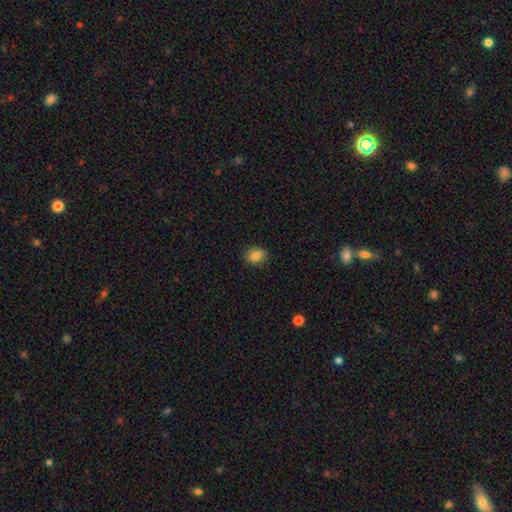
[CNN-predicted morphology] type=smooth (84%); roundness=in between (58%); merging=none (86%).